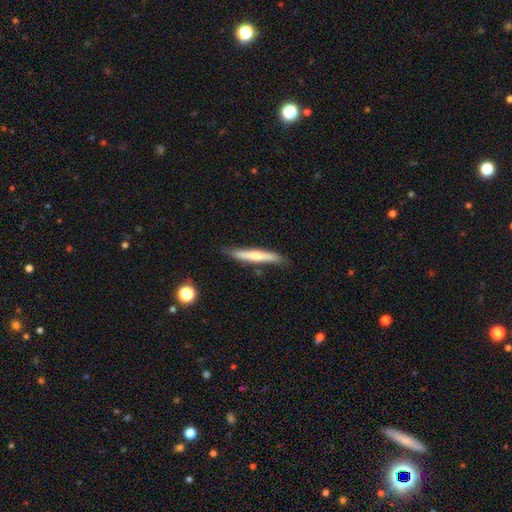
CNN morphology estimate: Smooth or featured?
  - smooth: 61% *
  - featured or disk: 34%
  - star or artifact: 5%
How rounded?
  - cigar-shaped: 94% *
  - in between: 5%
  - round: 1%
Merging?
  - none: 80% *
  - minor disturbance: 16%
  - major disturbance: 3%
  - merger: 2%